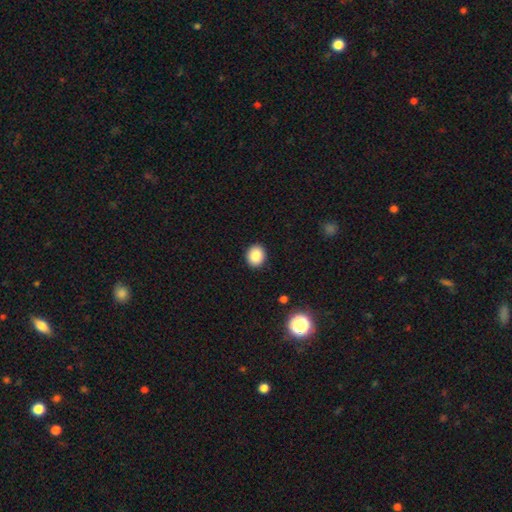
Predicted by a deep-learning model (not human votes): smooth 86%, star or artifact 9%, featured or disk 5%. Down the decision tree: how rounded — round (68%); merging — none (91%).